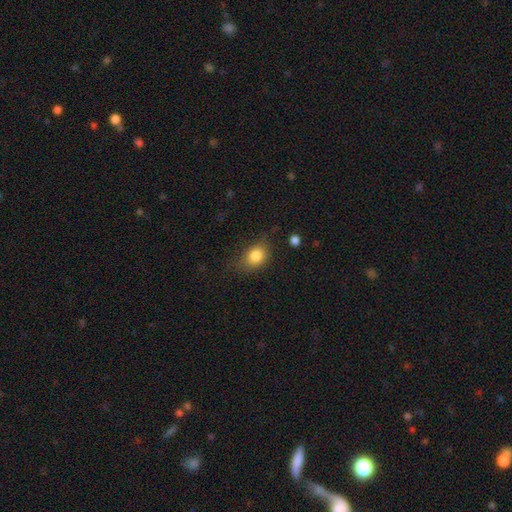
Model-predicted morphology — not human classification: This appears to be a smooth galaxy with no disk features (82%) that is in between round and cigar-shaped (57%). Merging: none (64%).